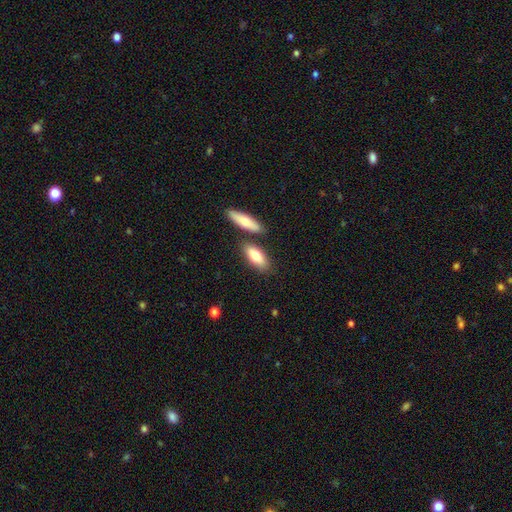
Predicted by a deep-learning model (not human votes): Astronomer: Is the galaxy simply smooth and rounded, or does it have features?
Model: smooth — 77%.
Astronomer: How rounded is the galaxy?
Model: in between — 74%.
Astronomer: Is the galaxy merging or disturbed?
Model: none — 72%.